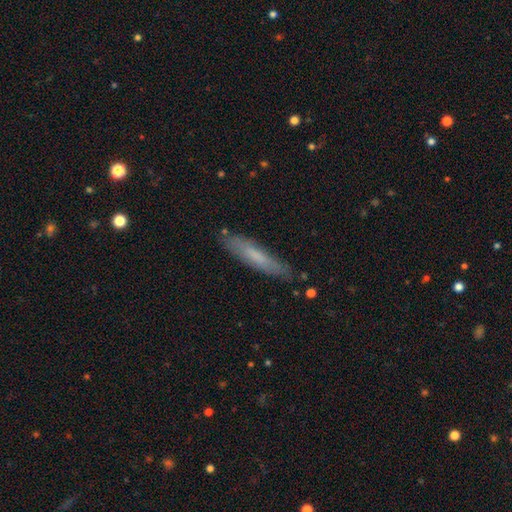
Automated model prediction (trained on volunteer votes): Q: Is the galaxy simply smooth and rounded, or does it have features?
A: smooth — 65%.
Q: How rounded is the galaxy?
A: cigar-shaped — 85%.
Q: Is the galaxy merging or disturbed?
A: none — 82%.